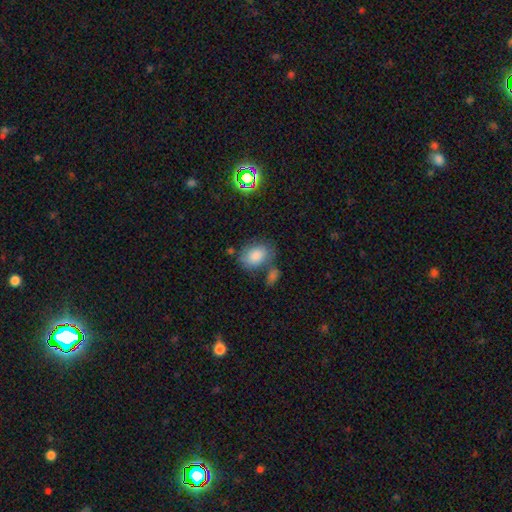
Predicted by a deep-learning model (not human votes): Q: Smooth or featured?
A: smooth (82%); runner-up: star or artifact (10%)
Q: How rounded?
A: in between (81%); runner-up: round (18%)
Q: Merging?
A: none (59%); runner-up: minor disturbance (18%)